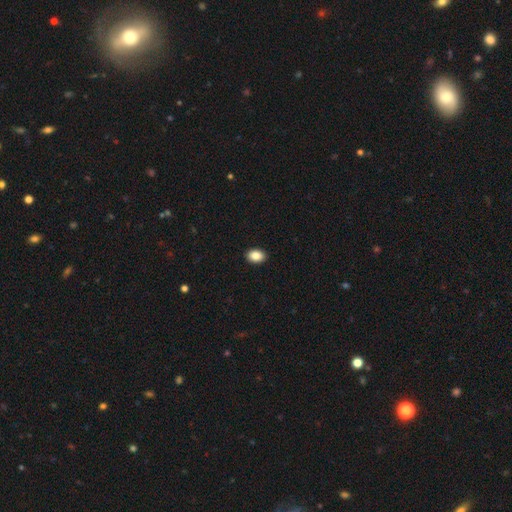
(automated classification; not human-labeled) Overall: smooth (87%). How rounded: in between (81%). Merging: none (91%).